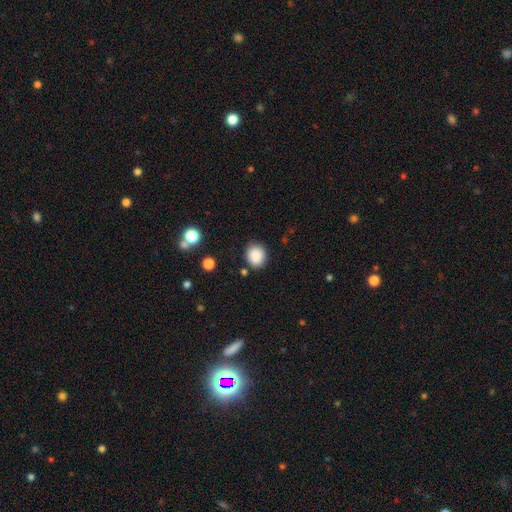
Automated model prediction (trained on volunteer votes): smooth 87%, star or artifact 9%, featured or disk 4%. Down the decision tree: how rounded — round (73%); merging — none (83%).